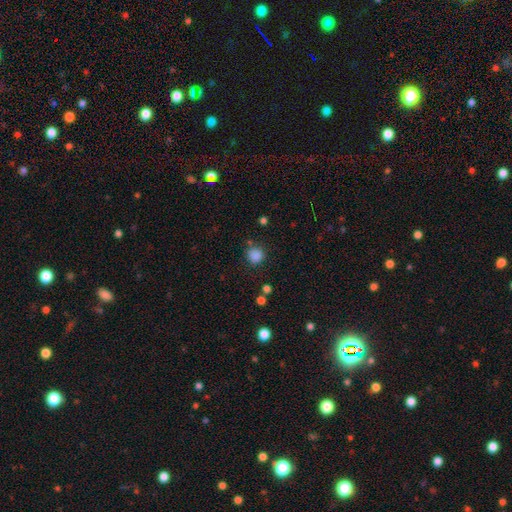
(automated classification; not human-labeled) Smooth or featured? smooth (83%)
How rounded? round (86%)
Merging? none (74%)